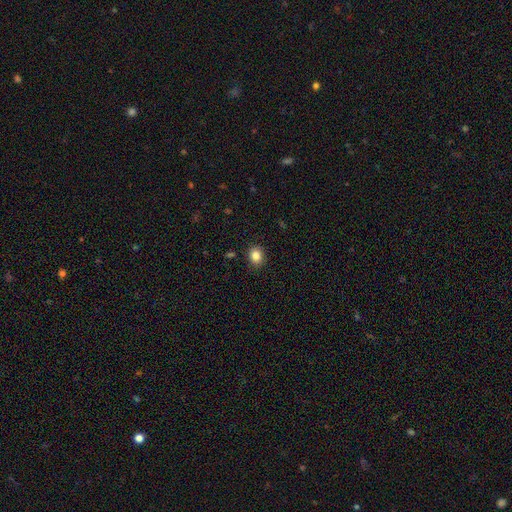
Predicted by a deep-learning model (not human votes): smooth_or_featured: smooth (p=0.84) [alt: star or artifact p=0.10]
how_rounded: round (p=0.61) [alt: in between p=0.38]
merging: none (p=0.88) [alt: minor disturbance p=0.08]